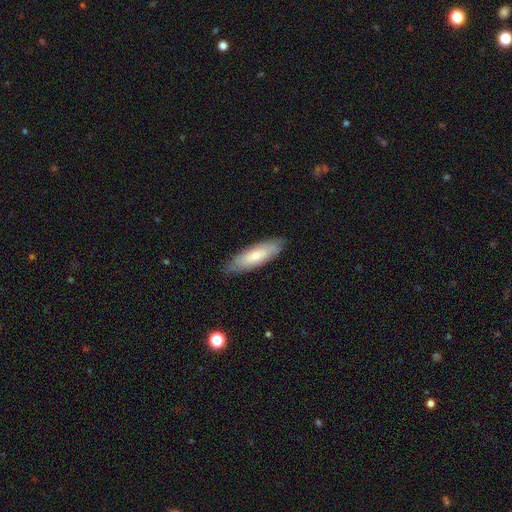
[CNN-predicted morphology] A smooth galaxy with no disk features (66%) that is cigar-shaped (51%).

Vote fractions:
- Smooth or featured? smooth: 66% / featured or disk: 28% / star or artifact: 6%
- How rounded? cigar-shaped: 51% / in between: 47% / round: 2%
- Merging? none: 85% / minor disturbance: 12% / major disturbance: 2% / merger: 1%